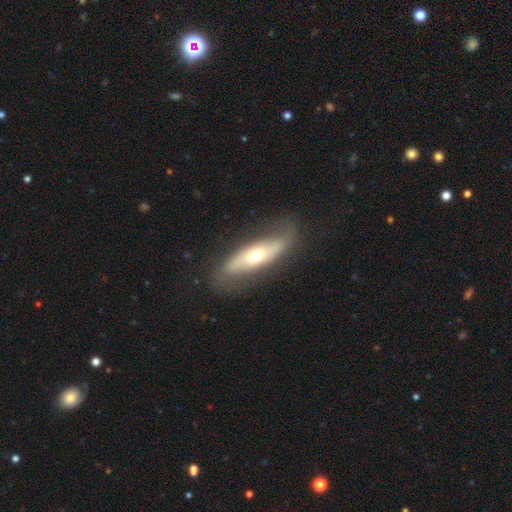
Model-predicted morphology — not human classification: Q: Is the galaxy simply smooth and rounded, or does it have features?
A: featured or disk — 53%.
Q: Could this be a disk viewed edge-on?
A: no — 66%.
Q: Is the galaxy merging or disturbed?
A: none — 70%.